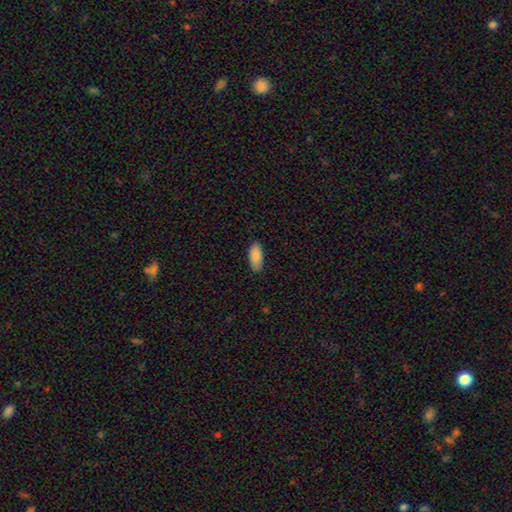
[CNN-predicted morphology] Q: Smooth or featured?
A: smooth (89%); runner-up: star or artifact (6%)
Q: How rounded?
A: in between (84%); runner-up: cigar-shaped (14%)
Q: Merging?
A: none (86%); runner-up: minor disturbance (11%)